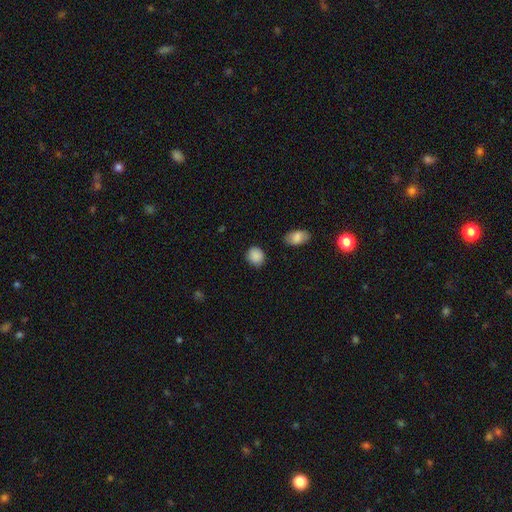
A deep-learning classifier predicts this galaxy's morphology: Smooth or featured?
  - smooth: 88% *
  - star or artifact: 8%
  - featured or disk: 3%
How rounded?
  - round: 79% *
  - in between: 20%
  - cigar-shaped: 1%
Merging?
  - none: 85% *
  - minor disturbance: 10%
  - major disturbance: 3%
  - merger: 2%